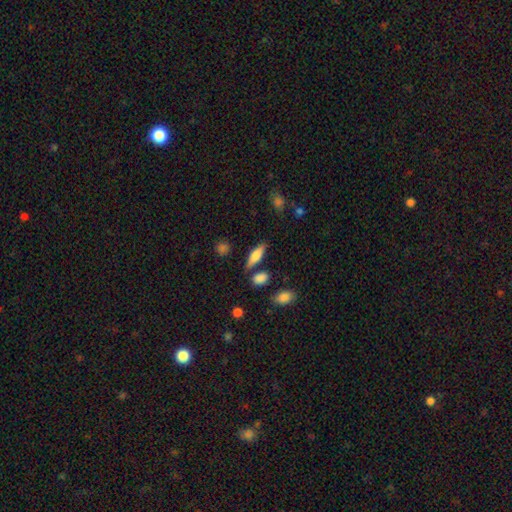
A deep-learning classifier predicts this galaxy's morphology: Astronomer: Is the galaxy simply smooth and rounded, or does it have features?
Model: smooth — 71%.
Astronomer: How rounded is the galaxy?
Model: in between — 50% (runner-up: cigar-shaped, 47%).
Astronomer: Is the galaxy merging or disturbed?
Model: none — 76%.